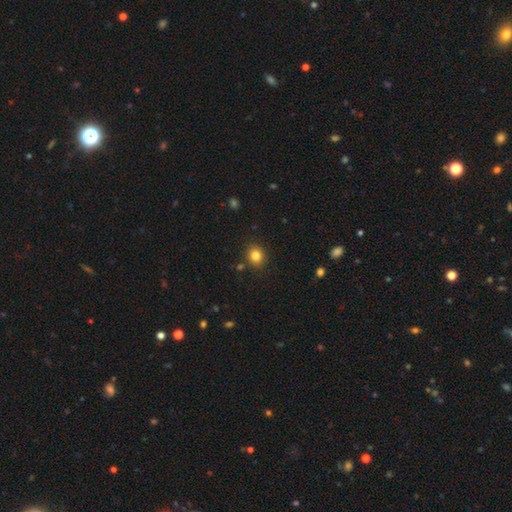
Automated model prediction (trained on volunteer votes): A smooth galaxy with no disk features (82%) that is round (72%). Merging: none (87%).